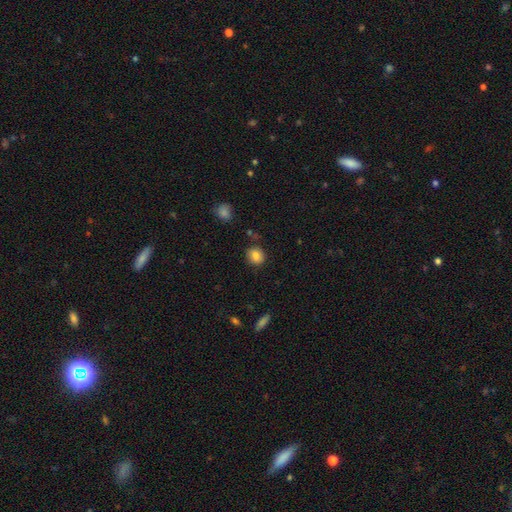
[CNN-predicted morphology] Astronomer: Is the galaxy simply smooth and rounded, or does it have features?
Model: smooth — 82%.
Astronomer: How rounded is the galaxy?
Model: round — 71%.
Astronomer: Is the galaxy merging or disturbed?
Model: none — 79%.